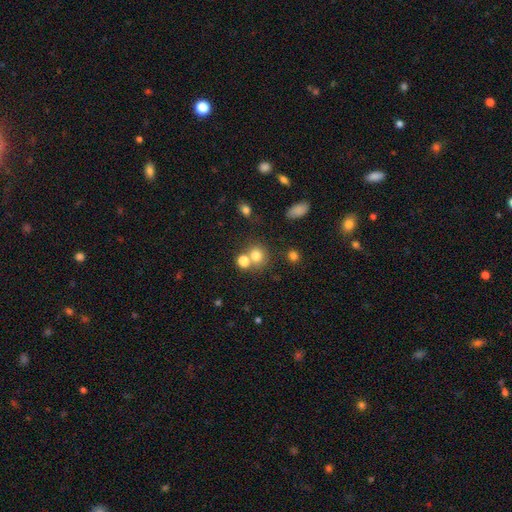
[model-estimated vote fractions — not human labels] This is likely a smooth galaxy (75%). How rounded: clearly round (82%). Merging: possibly none (58%).